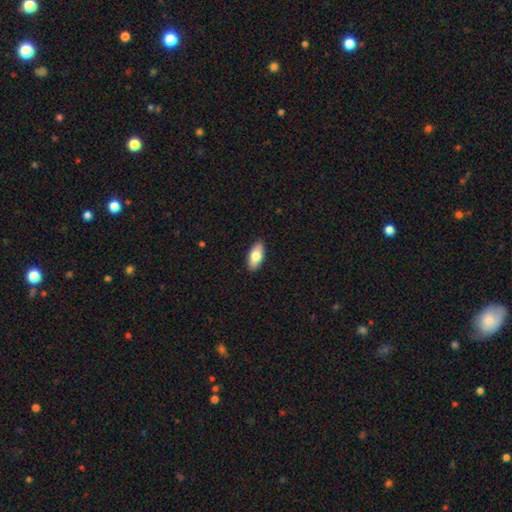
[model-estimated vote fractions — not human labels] Overall: smooth (78%). How rounded: in between (89%). Merging: none (90%).